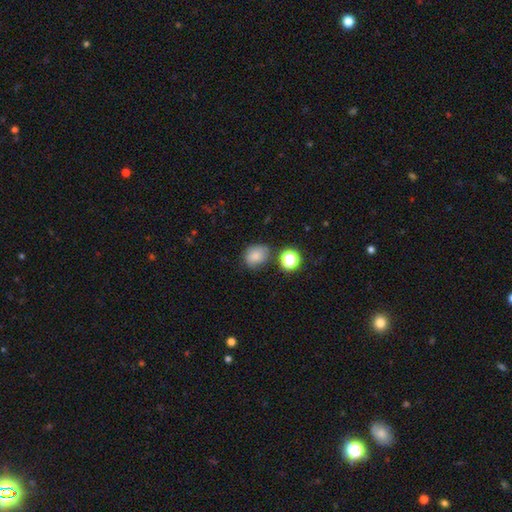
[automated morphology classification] This appears to be a smooth galaxy with no disk features (78%) that is round (50%). Merging: none (71%).